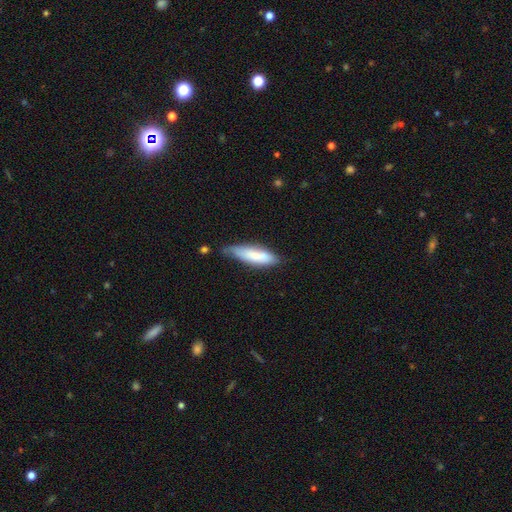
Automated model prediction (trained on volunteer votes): Overall: smooth (73%). How rounded: cigar-shaped (57%; in between 41%). Merging: none (56%; minor disturbance 33%).